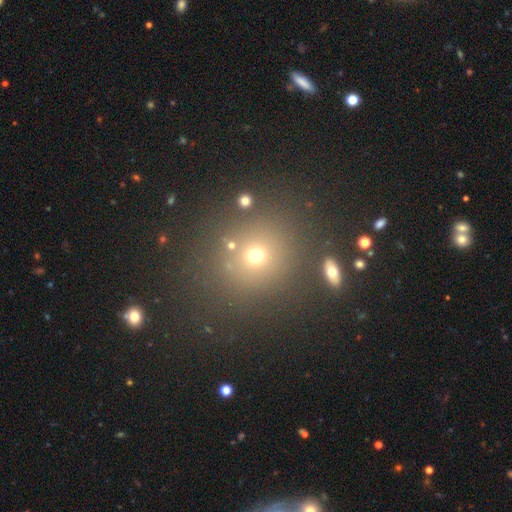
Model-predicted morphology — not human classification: The model was most divided on "smooth or featured": smooth: 65%, star or artifact: 24%, featured or disk: 11%. More confident: how rounded — round (85%); merging — none (80%).